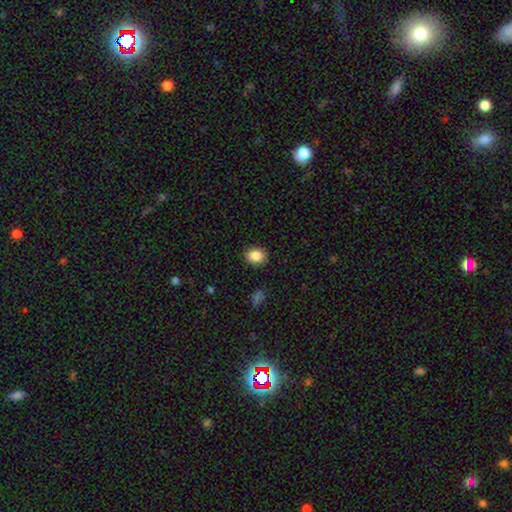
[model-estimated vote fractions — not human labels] Overall: smooth (87%). How rounded: round (57%; in between 42%). Merging: none (89%).